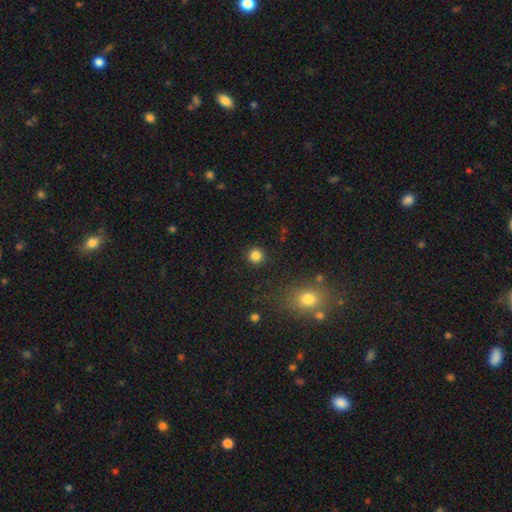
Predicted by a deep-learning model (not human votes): smooth-or-featured: smooth: 84% | star or artifact: 12% | featured or disk: 4%
  how-rounded: round: 94% | in between: 5% | cigar-shaped: 1%
  merging: none: 91% | minor disturbance: 5% | major disturbance: 2% | merger: 1%